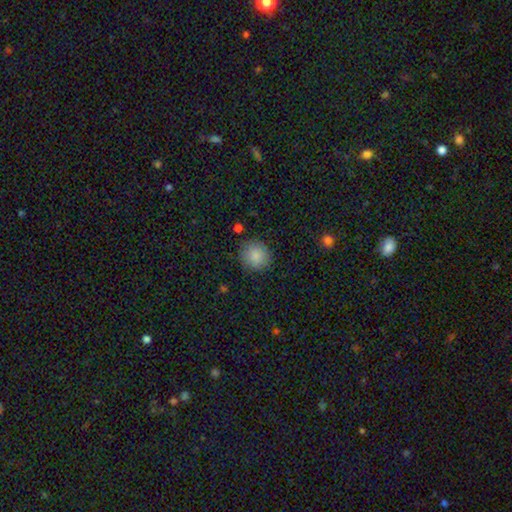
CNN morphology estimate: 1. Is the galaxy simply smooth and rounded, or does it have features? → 86% smooth, 9% star or artifact, 5% featured or disk.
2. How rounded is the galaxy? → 90% round, 9% in between, 1% cigar-shaped.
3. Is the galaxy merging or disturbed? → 86% none, 10% minor disturbance, 3% major disturbance, 2% merger.